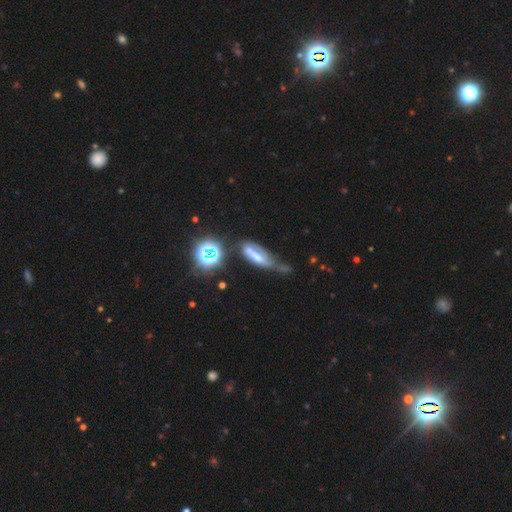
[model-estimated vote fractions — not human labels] smooth_or_featured: smooth (p=0.45) [alt: featured or disk p=0.37]
merging: major disturbance (p=0.32) [alt: minor disturbance p=0.27]